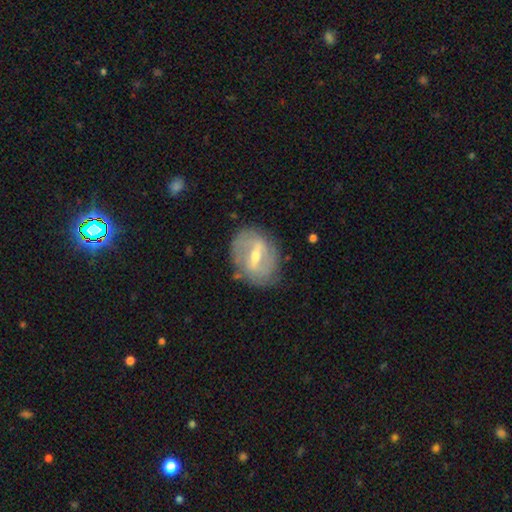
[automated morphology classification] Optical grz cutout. It shows a featured or disk galaxy (75%) with a strong bar (53%), spiral arms (67%) and a moderate central bulge (58%). Merging: none (75%).